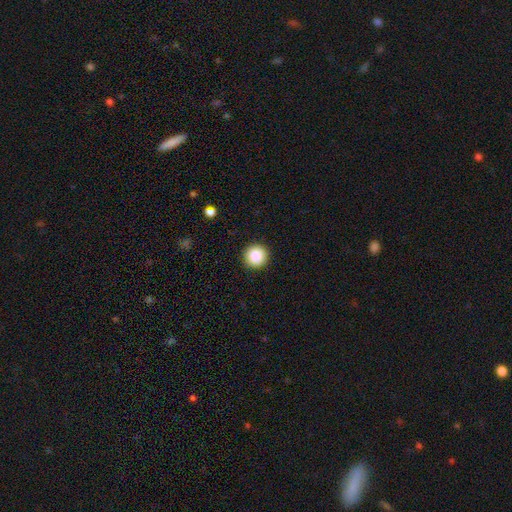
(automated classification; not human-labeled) Smooth or featured? smooth (88%)
How rounded? round (95%)
Merging? none (92%)